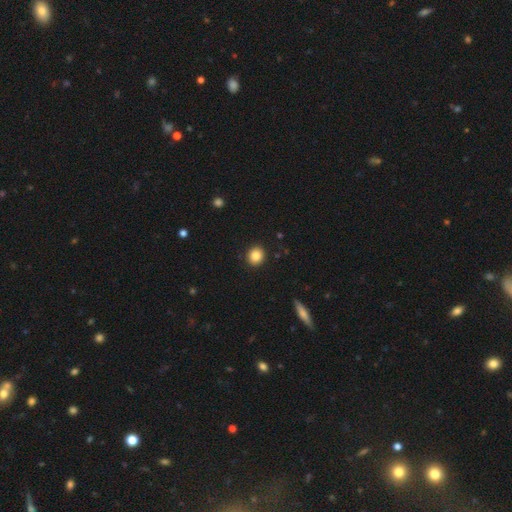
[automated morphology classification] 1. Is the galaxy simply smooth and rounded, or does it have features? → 85% smooth, 9% star or artifact, 5% featured or disk.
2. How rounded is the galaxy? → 83% round, 16% in between, 1% cigar-shaped.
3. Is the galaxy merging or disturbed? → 92% none, 5% minor disturbance, 2% major disturbance, 1% merger.